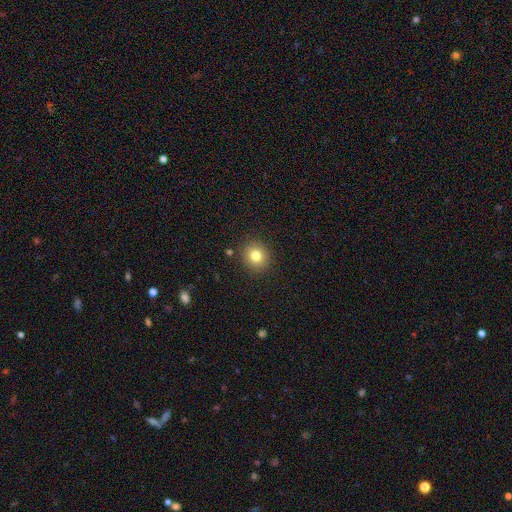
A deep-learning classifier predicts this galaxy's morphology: This appears to be a smooth galaxy with no disk features (80%) that is round (87%). Merging: none (89%).